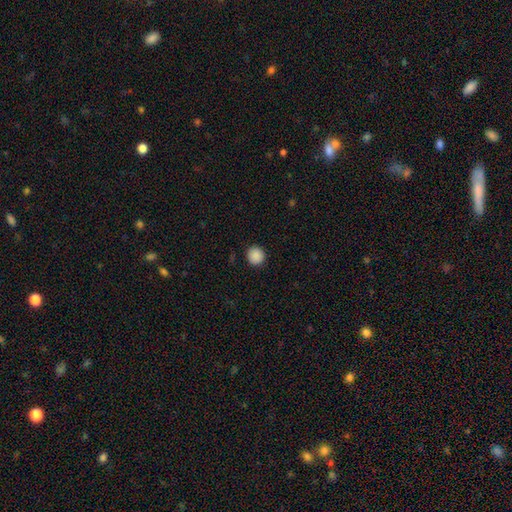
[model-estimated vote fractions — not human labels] smooth 89%, star or artifact 9%, featured or disk 3%. Down the decision tree: how rounded — round (93%); merging — none (91%).